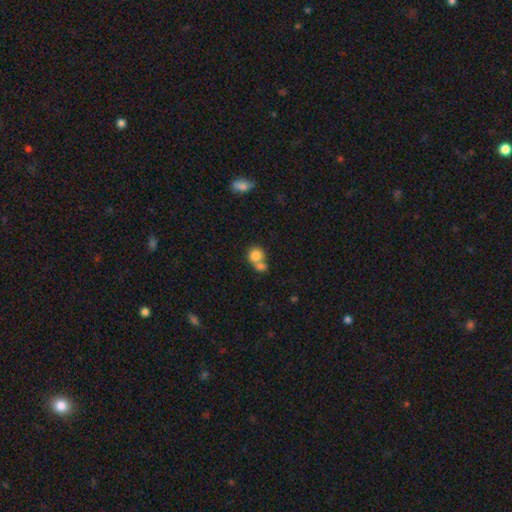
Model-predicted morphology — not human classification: Smooth or featured: smooth — 81% (featured or disk — 10%)
How rounded: round — 81% (in between — 18%)
Merging: merger — 55% (none — 35%)